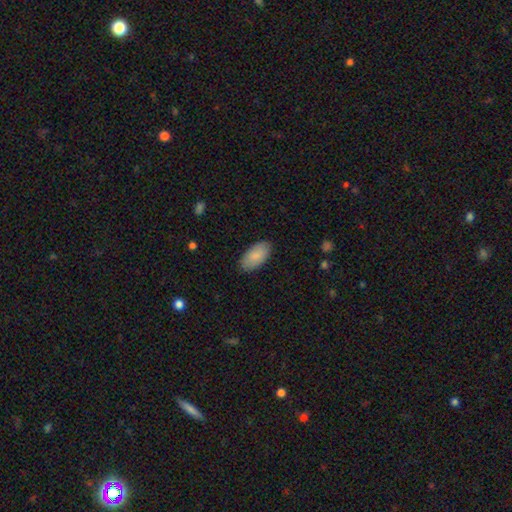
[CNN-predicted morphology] This appears to be a smooth galaxy with no disk features (88%) that is in between round and cigar-shaped (95%). Merging: none (87%).